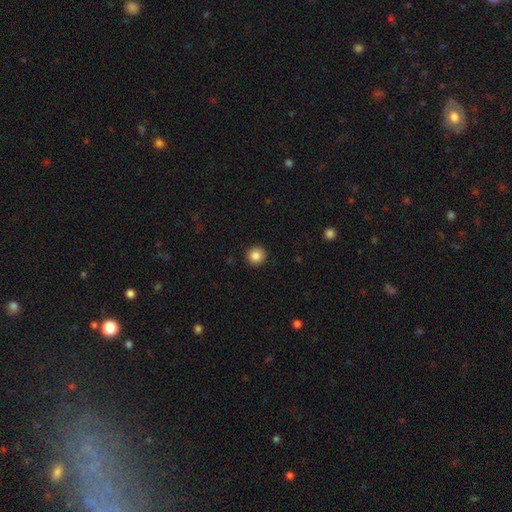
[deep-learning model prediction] Smooth or featured?
  - smooth: 85% *
  - star or artifact: 9%
  - featured or disk: 5%
How rounded?
  - round: 95% *
  - in between: 4%
  - cigar-shaped: 1%
Merging?
  - none: 93% *
  - minor disturbance: 5%
  - major disturbance: 2%
  - merger: 1%